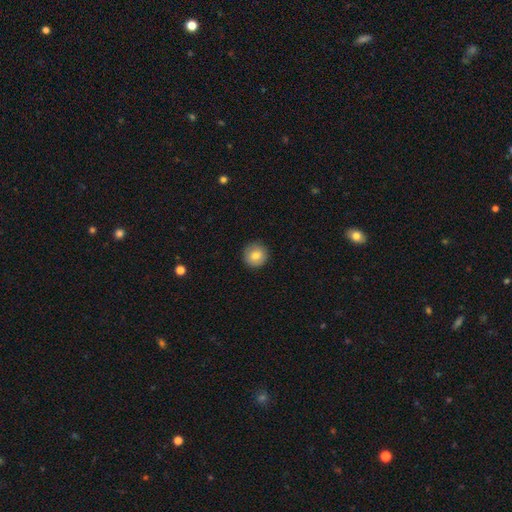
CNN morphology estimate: This appears to be a smooth galaxy with no disk features (81%) that is round (95%). Merging: none (92%).